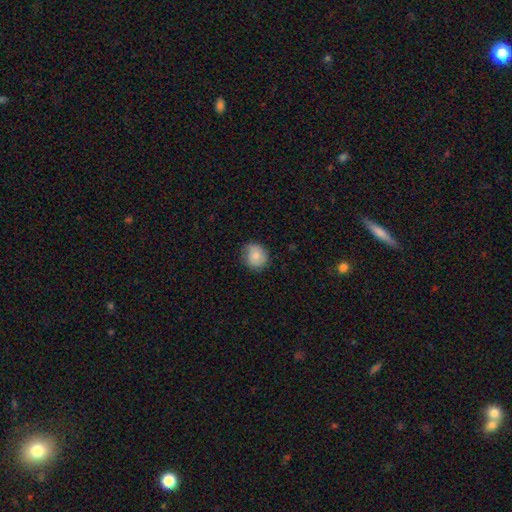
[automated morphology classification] This appears to be a smooth galaxy with no disk features (82%) that is round (85%). Merging: none (76%).